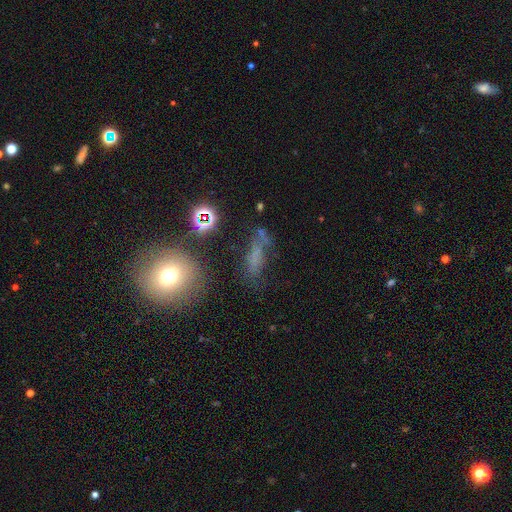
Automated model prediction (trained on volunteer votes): Smooth or featured?
  - smooth: 44% *
  - star or artifact: 32%
  - featured or disk: 24%
Merging?
  - none: 55% *
  - minor disturbance: 20%
  - major disturbance: 17%
  - merger: 8%